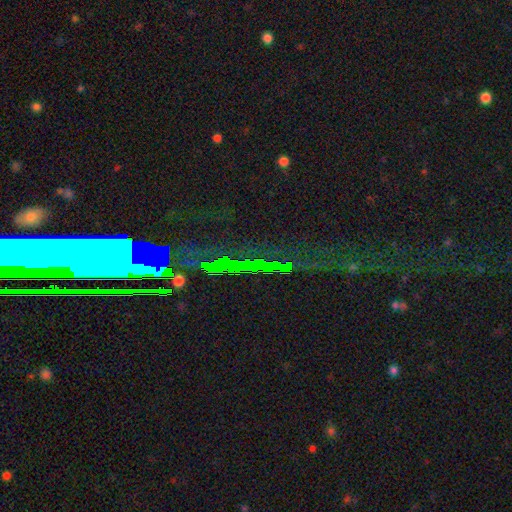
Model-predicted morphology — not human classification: Smooth or featured?
  - star or artifact: 75% *
  - featured or disk: 15%
  - smooth: 11%